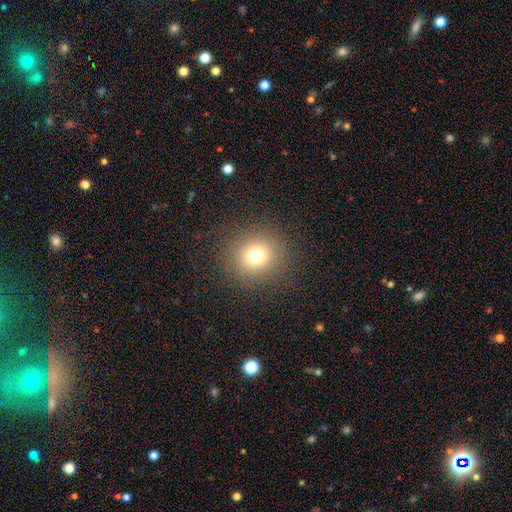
Morphology: type=smooth (87%); roundness=round (91%); merging=none (94%).